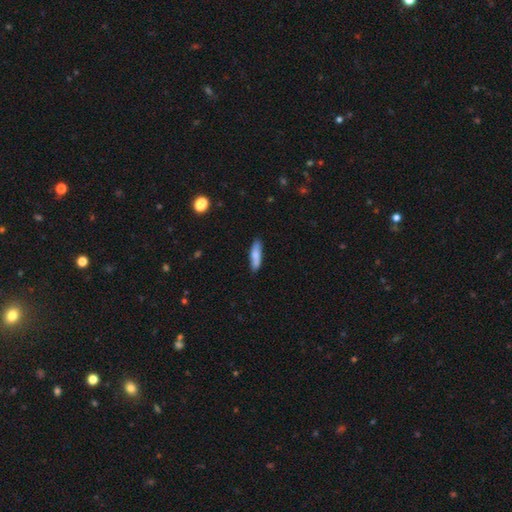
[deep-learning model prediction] Smooth or featured?
  - smooth: 76% *
  - featured or disk: 18%
  - star or artifact: 6%
How rounded?
  - cigar-shaped: 69% *
  - in between: 29%
  - round: 2%
Merging?
  - none: 84% *
  - minor disturbance: 12%
  - major disturbance: 2%
  - merger: 2%